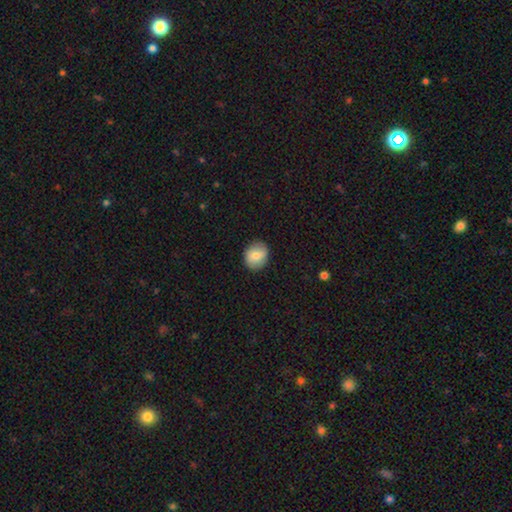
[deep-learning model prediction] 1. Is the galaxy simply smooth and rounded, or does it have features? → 77% smooth, 16% featured or disk, 7% star or artifact.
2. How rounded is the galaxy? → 62% round, 37% in between, 1% cigar-shaped.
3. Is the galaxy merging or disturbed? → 85% none, 11% minor disturbance, 2% major disturbance, 1% merger.